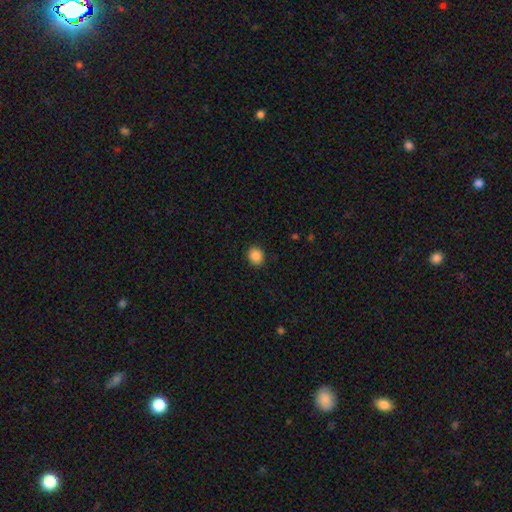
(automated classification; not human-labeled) Smooth or featured? Predicted: smooth (p=0.87). How rounded? Predicted: round (p=0.73). Merging? Predicted: none (p=0.90).